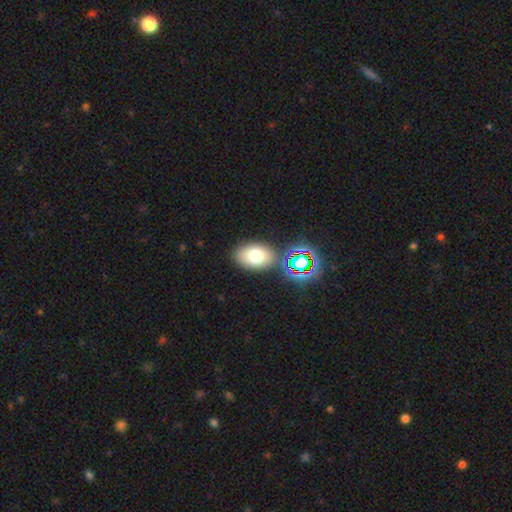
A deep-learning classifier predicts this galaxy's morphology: Overall: smooth (73%). How rounded: in between (84%). Merging: none (80%).